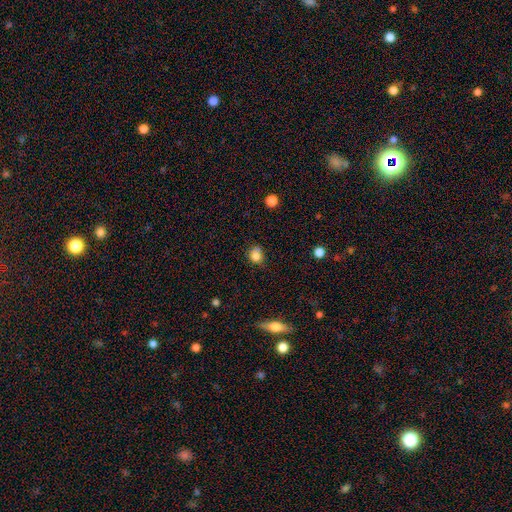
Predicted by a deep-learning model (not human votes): Q: Smooth or featured?
A: smooth (82%); runner-up: star or artifact (11%)
Q: How rounded?
A: round (68%); runner-up: in between (31%)
Q: Merging?
A: none (61%); runner-up: minor disturbance (28%)